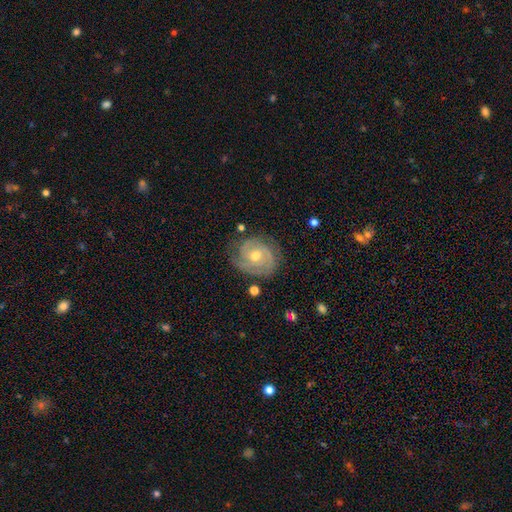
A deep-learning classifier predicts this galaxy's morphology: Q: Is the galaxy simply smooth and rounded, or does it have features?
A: featured or disk — 79%.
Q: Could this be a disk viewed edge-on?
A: no — 97%.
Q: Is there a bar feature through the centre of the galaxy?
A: no — 71%.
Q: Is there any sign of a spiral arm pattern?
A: yes — 92%.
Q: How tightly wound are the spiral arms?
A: tight — 61%.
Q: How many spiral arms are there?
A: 2 — 42%.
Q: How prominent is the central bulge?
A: moderate — 72%.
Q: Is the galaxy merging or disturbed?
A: none — 71%.